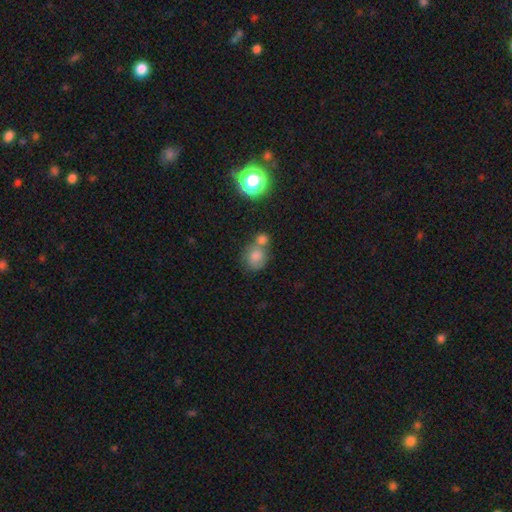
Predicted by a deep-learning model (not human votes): A smooth galaxy with no disk features (74%) that is round (74%).

Vote fractions:
- Smooth or featured? smooth: 74% / star or artifact: 14% / featured or disk: 12%
- How rounded? round: 74% / in between: 25% / cigar-shaped: 1%
- Merging? merger: 45% / none: 38% / minor disturbance: 12% / major disturbance: 5%